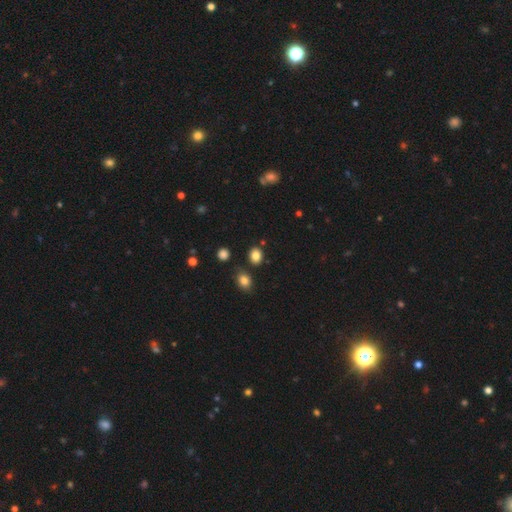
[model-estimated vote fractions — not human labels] This appears to be a smooth galaxy with no disk features (83%) that is round (56%). Merging: none (82%).